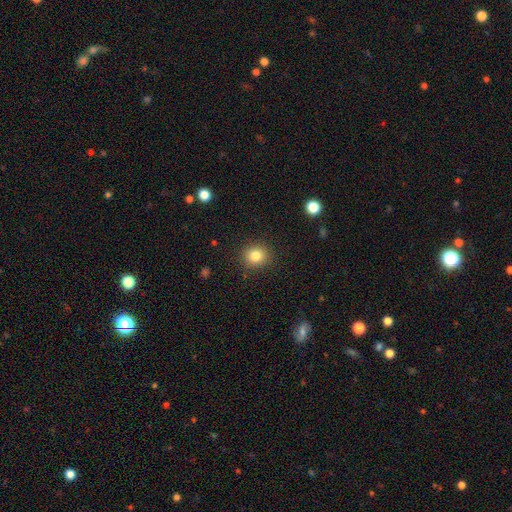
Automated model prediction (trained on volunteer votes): A smooth galaxy with no disk features (83%) that is round (82%).

Vote fractions:
- Smooth or featured? smooth: 83% / star or artifact: 11% / featured or disk: 6%
- How rounded? round: 82% / in between: 17% / cigar-shaped: 1%
- Merging? none: 89% / minor disturbance: 7% / major disturbance: 2% / merger: 1%